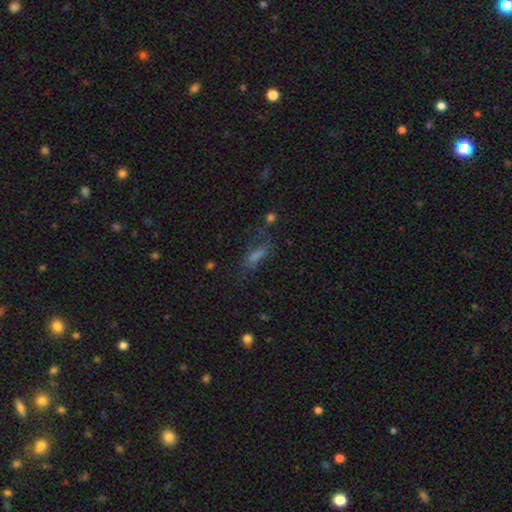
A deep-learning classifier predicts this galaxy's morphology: The model was most divided on "how rounded": cigar-shaped: 48%, in between: 47%, round: 5%. More confident: merging — none (55%); smooth or featured — smooth (50%).